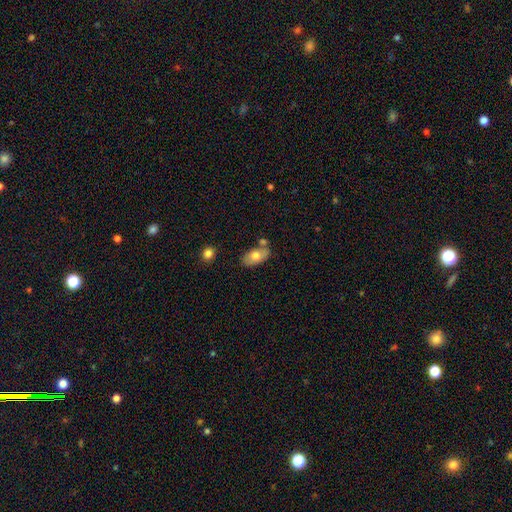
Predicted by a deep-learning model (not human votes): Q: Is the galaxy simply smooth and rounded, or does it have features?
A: smooth — 73%.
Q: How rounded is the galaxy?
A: in between — 92%.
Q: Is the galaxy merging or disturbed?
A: none — 65%.